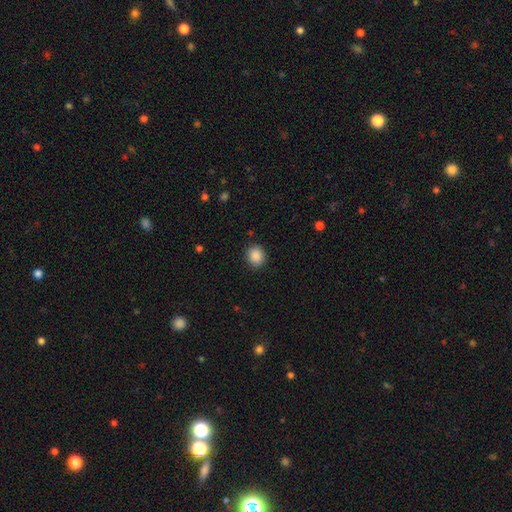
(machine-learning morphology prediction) smooth 88%, star or artifact 9%, featured or disk 3%. Down the decision tree: how rounded — round (71%); merging — none (89%).